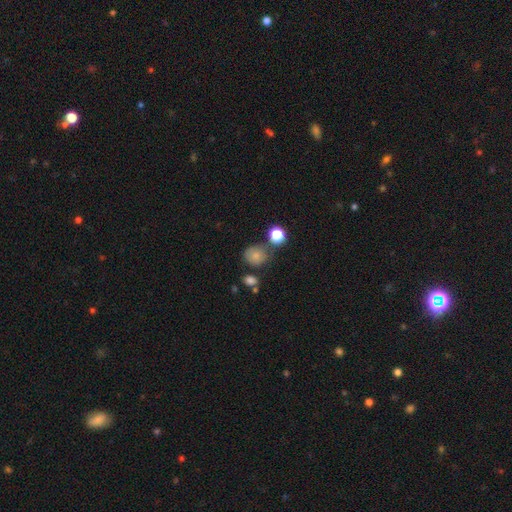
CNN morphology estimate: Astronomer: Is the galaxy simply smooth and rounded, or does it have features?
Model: smooth — 77%.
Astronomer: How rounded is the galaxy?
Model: round — 74%.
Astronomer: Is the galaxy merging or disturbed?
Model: none — 60%.